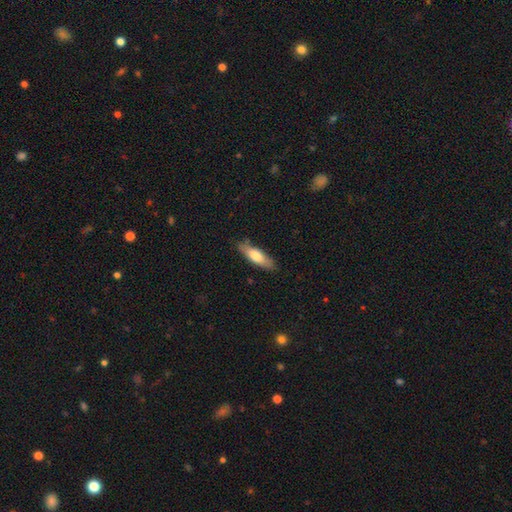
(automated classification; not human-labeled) This appears to be a smooth galaxy with no disk features (69%) that is cigar-shaped (53%). Merging: none (83%).